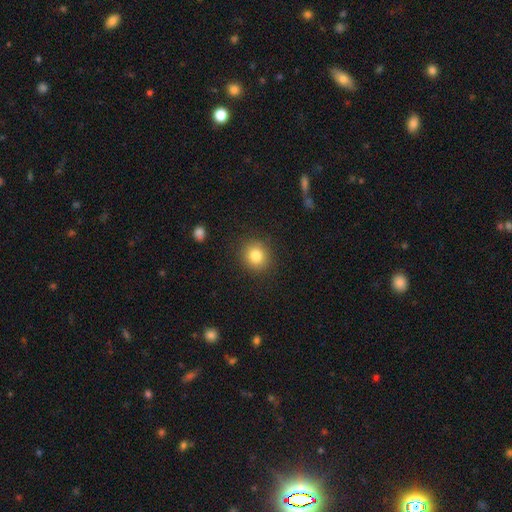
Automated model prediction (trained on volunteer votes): smooth_or_featured: smooth (p=0.83) [alt: star or artifact p=0.10]
how_rounded: round (p=0.85) [alt: in between p=0.14]
merging: none (p=0.88) [alt: minor disturbance p=0.08]